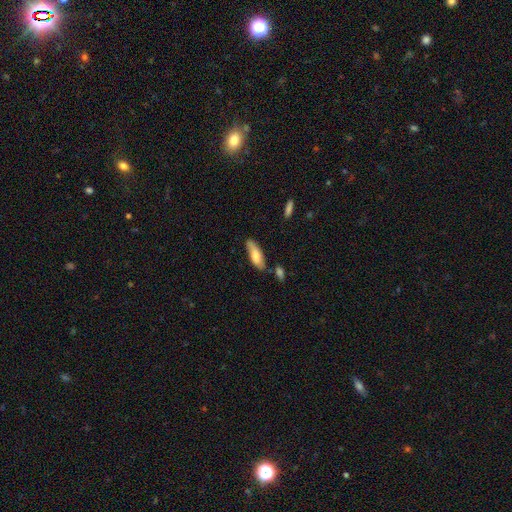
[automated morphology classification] smooth-or-featured: smooth: 68% | featured or disk: 25% | star or artifact: 6%
  how-rounded: in between: 60% | cigar-shaped: 38% | round: 2%
  merging: none: 69% | minor disturbance: 21% | merger: 6% | major disturbance: 4%